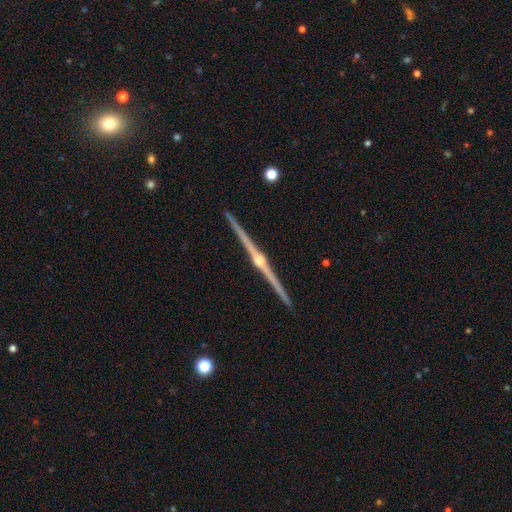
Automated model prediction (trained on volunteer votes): Smooth or featured?
  - featured or disk: 90% *
  - star or artifact: 5%
  - smooth: 5%
Edge-on disk?
  - yes: 99% *
  - no: 1%
Edge-on bulge?
  - rounded: 90% *
  - none: 6%
  - boxy: 4%
Merging?
  - none: 93% *
  - minor disturbance: 5%
  - merger: 1%
  - major disturbance: 1%